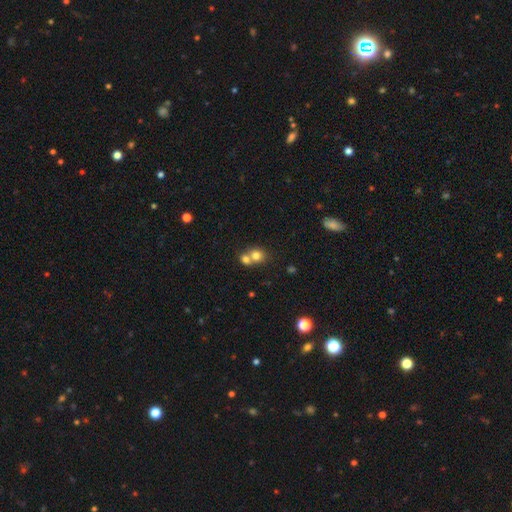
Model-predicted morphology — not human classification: Overall: smooth (77%). How rounded: round (72%). Merging: merger (58%; none 33%).